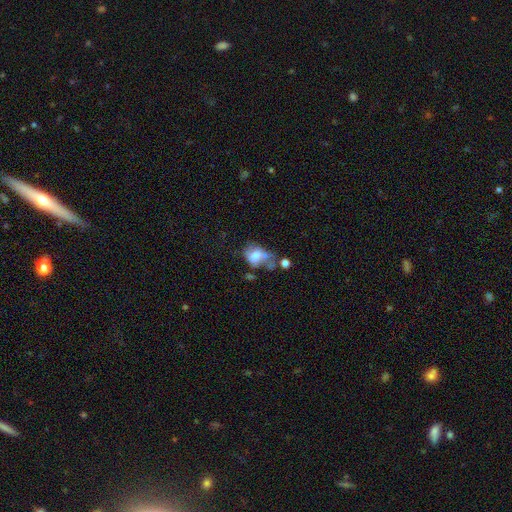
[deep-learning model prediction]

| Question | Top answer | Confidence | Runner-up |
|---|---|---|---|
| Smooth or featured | smooth | 48% | featured or disk (42%) |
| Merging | merger | 28% | major disturbance (27%) |